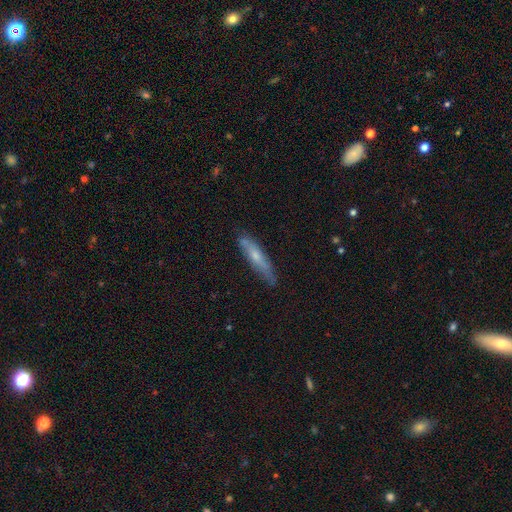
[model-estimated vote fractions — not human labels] A smooth galaxy with no disk features (49%).

Vote fractions:
- Smooth or featured? smooth: 49% / featured or disk: 44% / star or artifact: 7%
- Merging? none: 76% / minor disturbance: 19% / major disturbance: 3% / merger: 2%